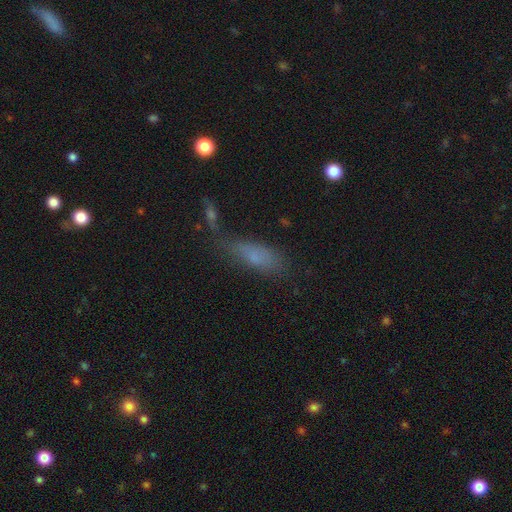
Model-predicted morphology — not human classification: This is likely a smooth galaxy (72%). How rounded: likely in between (65%). Merging: possibly none (49%).